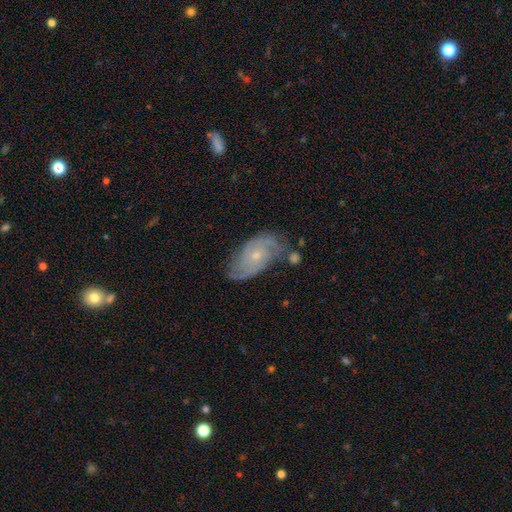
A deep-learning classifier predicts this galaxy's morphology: Smooth or featured? Predicted: featured or disk (p=0.76). Edge-on disk? Predicted: no (p=0.95). Bar? Predicted: no (p=0.75). Spiral arms? Predicted: yes (p=0.90). Spiral winding? Predicted: tight (p=0.47). Spiral arm count? Predicted: 2 (p=0.53). Bulge size? Predicted: small (p=0.66). Merging? Predicted: none (p=0.60).